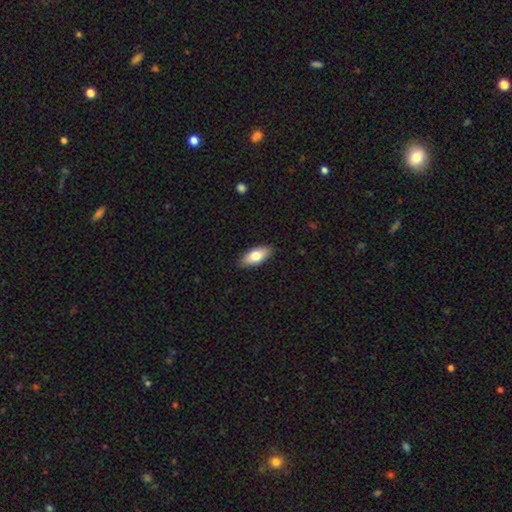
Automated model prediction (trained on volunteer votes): Smooth or featured? Predicted: smooth (p=0.77). How rounded? Predicted: in between (p=0.85). Merging? Predicted: none (p=0.88).